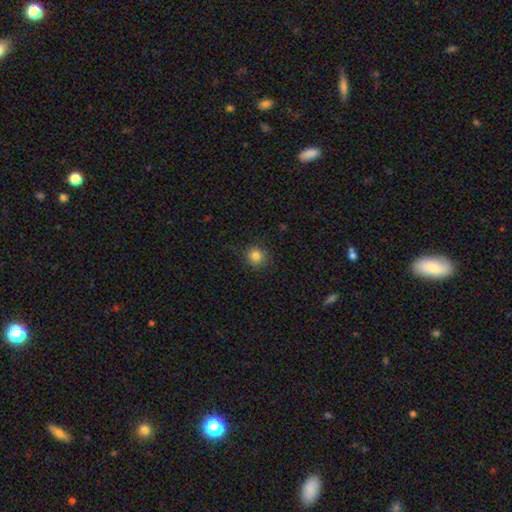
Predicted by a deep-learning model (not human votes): Smooth or featured? Predicted: smooth (p=0.82). How rounded? Predicted: round (p=0.88). Merging? Predicted: none (p=0.86).